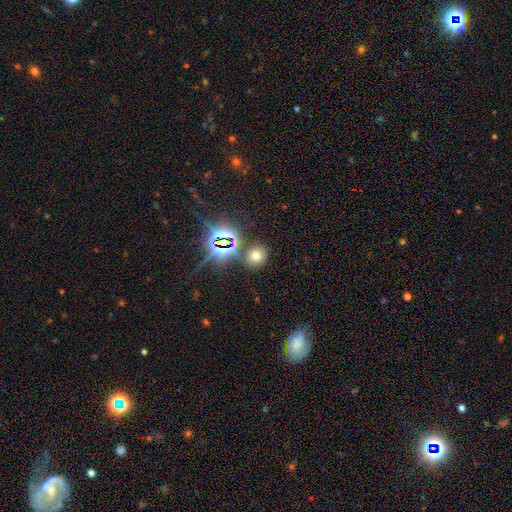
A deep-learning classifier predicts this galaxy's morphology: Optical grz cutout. It shows a smooth galaxy with no disk features (59%) that is round (79%). Merging: none (81%).